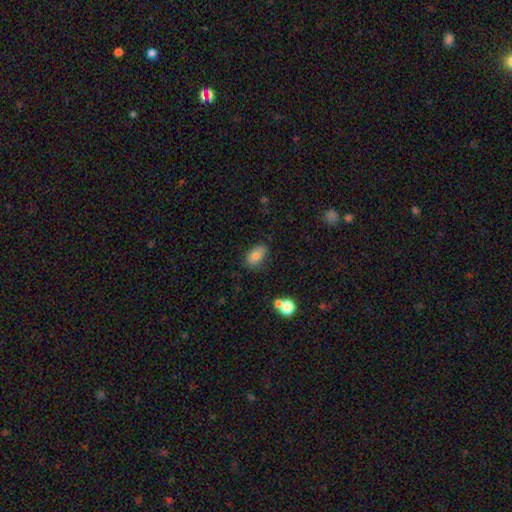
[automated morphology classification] smooth_or_featured: smooth (p=0.78) [alt: featured or disk p=0.13]
how_rounded: in between (p=0.89) [alt: round p=0.09]
merging: none (p=0.71) [alt: minor disturbance p=0.21]